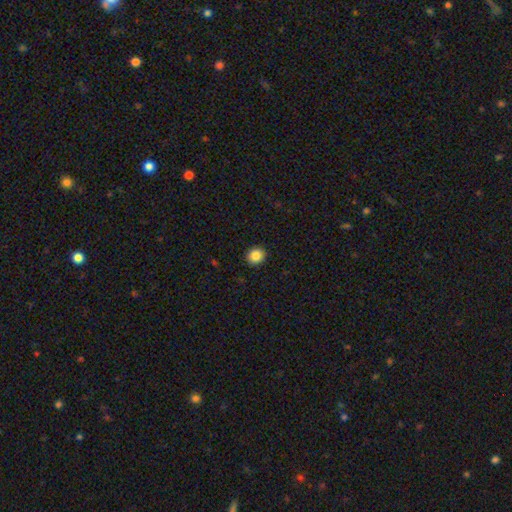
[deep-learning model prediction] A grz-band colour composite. It shows a smooth galaxy with no disk features (86%) that is round (83%). Merging: none (92%).